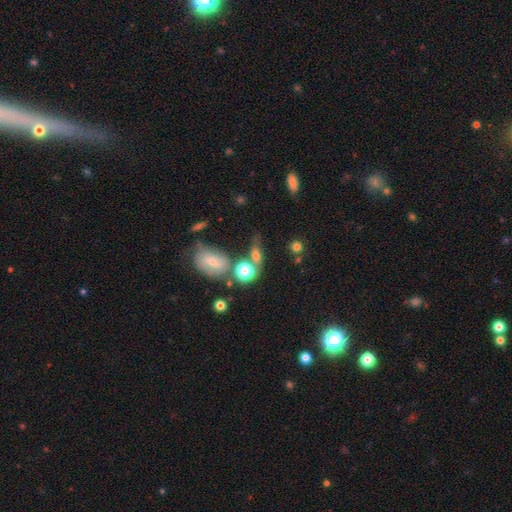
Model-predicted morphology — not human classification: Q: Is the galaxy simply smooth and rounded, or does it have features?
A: smooth — 60%.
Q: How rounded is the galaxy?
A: in between — 50%.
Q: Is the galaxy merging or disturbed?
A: none — 46%.